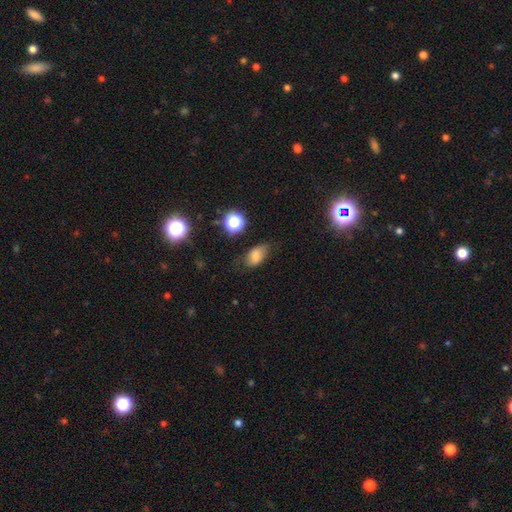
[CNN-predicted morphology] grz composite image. It shows a smooth galaxy with no disk features (74%) that is in between round and cigar-shaped (86%). Merging: none (62%).